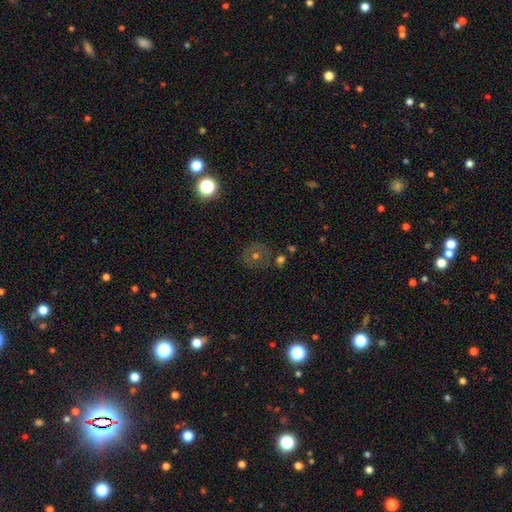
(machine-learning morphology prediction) Smooth or featured? smooth (43%)
Merging? none (73%)